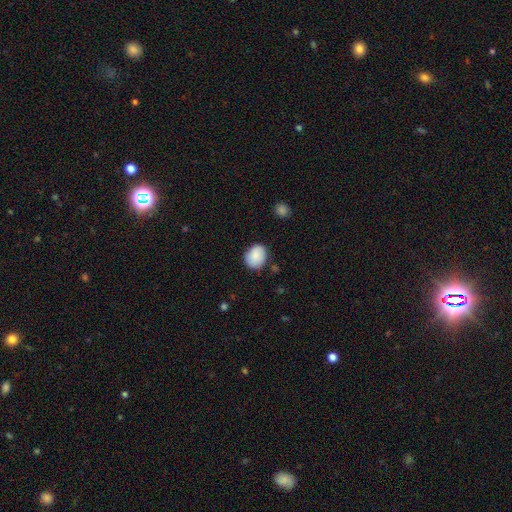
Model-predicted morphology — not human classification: The model was most divided on "how rounded": in between: 50%, round: 49%, cigar-shaped: 1%. More confident: smooth or featured — smooth (87%); merging — none (78%).